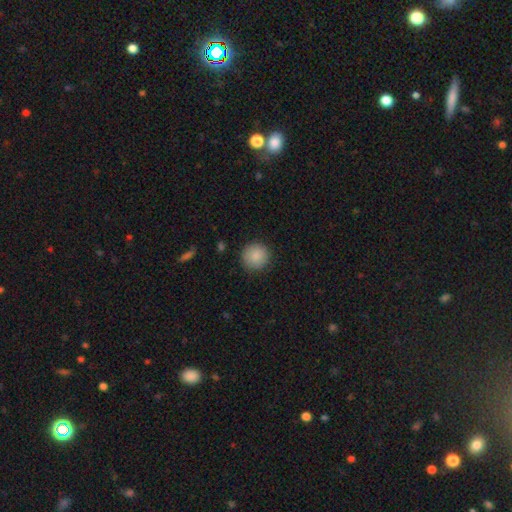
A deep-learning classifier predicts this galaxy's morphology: Smooth or featured? smooth (87%)
How rounded? round (94%)
Merging? none (89%)